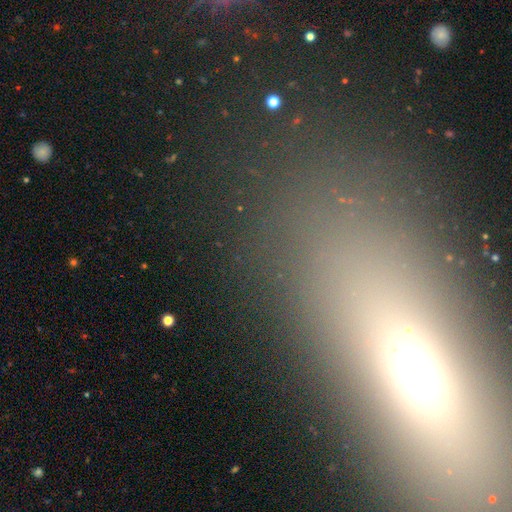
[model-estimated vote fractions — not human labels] A star or artifact, not a galaxy (42%).